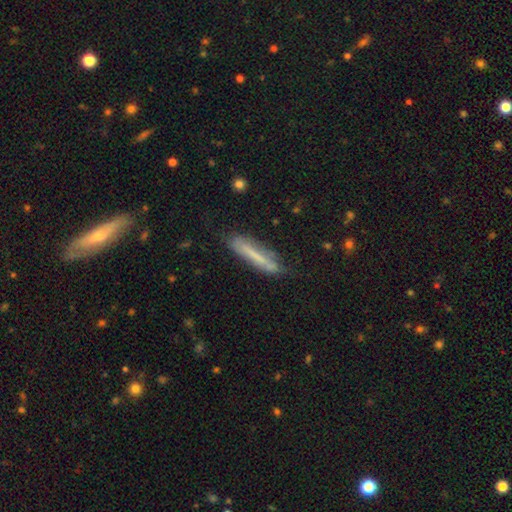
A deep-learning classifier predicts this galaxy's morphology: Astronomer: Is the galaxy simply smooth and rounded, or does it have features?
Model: smooth — 61%.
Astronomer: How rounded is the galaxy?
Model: cigar-shaped — 91%.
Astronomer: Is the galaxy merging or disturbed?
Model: none — 73%.